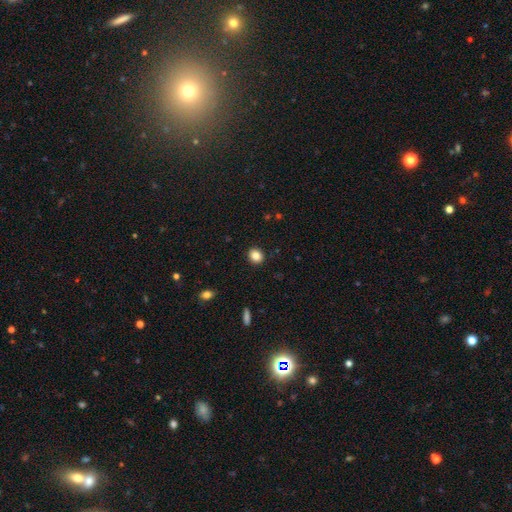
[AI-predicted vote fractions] Smooth or featured? Predicted: smooth (p=0.85). How rounded? Predicted: round (p=0.74). Merging? Predicted: none (p=0.92).